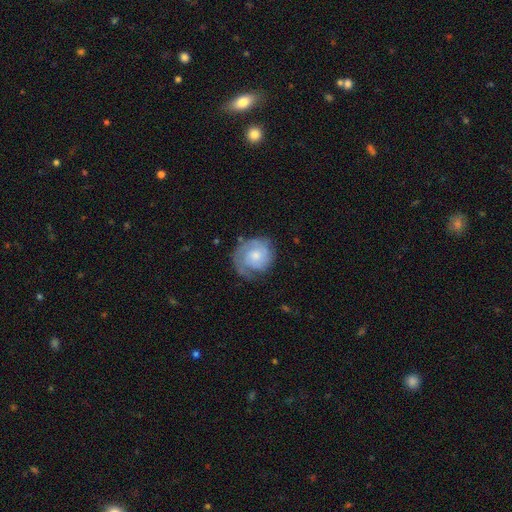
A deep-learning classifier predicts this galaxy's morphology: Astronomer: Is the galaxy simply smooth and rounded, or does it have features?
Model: featured or disk — 67%.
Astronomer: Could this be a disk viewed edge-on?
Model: no — 98%.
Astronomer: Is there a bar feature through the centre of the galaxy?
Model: no — 74%.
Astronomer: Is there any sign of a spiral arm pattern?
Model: yes — 90%.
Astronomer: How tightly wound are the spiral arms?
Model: tight — 60%.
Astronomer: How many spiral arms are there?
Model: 2 — 32% (runner-up: can't tell, 30%).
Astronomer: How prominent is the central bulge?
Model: small — 51% (runner-up: moderate, 38%).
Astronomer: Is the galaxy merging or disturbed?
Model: none — 63%.